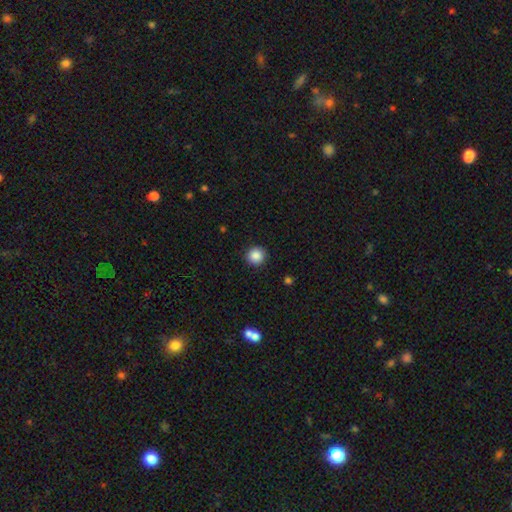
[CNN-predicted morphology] The model was most divided on "smooth or featured": smooth: 87%, star or artifact: 9%, featured or disk: 3%. More confident: how rounded — round (94%); merging — none (92%).